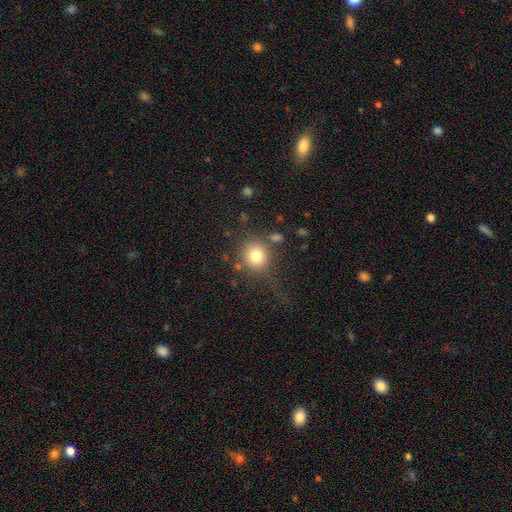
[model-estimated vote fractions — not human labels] Smooth or featured? smooth (79%)
How rounded? round (82%)
Merging? none (69%)